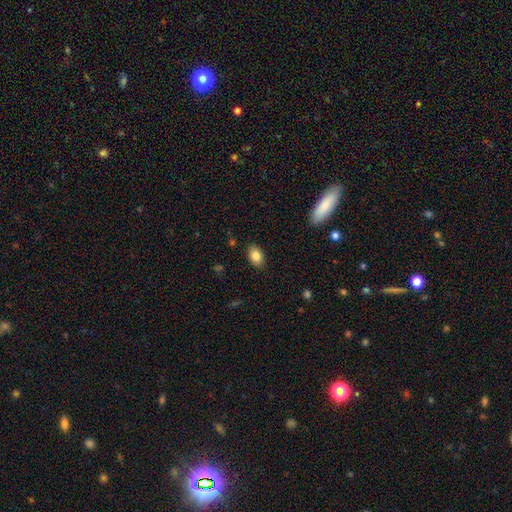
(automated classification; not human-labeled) A smooth galaxy with no disk features (84%) that is in between round and cigar-shaped (85%). Merging: none (87%).